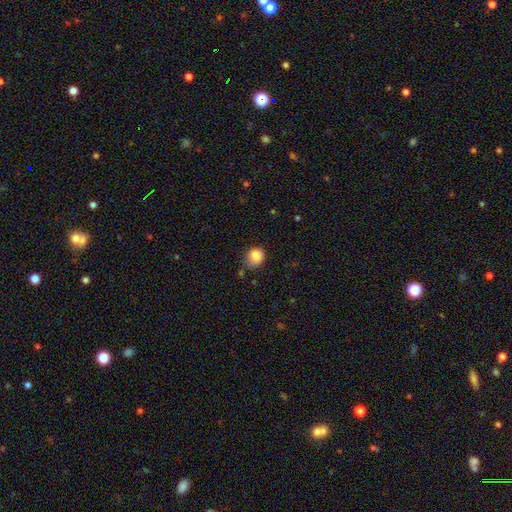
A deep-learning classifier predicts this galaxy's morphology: smooth 84%, star or artifact 10%, featured or disk 7%. Down the decision tree: how rounded — round (73%); merging — none (55%).